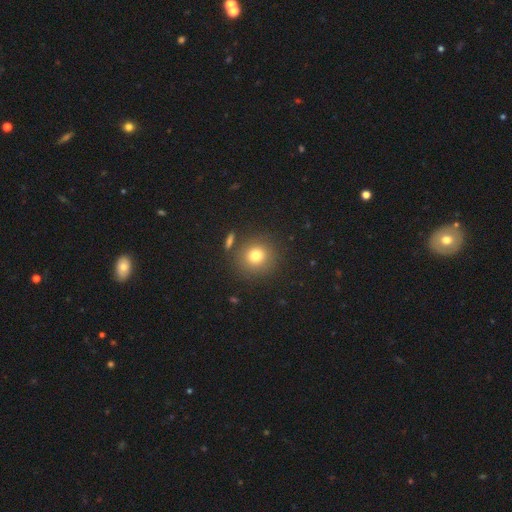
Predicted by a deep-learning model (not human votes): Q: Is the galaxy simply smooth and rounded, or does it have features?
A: smooth — 77%.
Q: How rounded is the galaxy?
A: round — 90%.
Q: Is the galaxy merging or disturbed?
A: none — 84%.